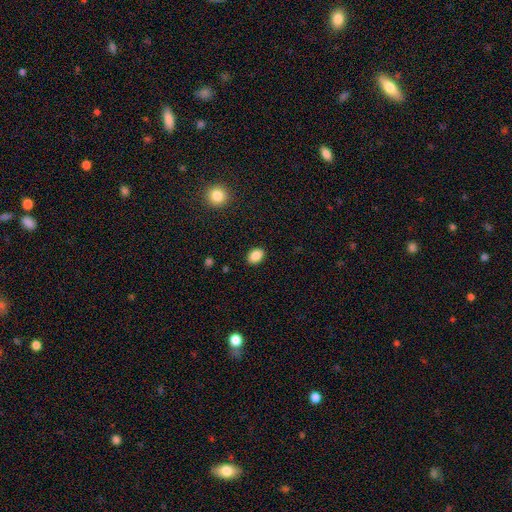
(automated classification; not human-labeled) Smooth or featured: smooth — 87% (star or artifact — 8%)
How rounded: in between — 80% (round — 19%)
Merging: none — 89% (minor disturbance — 8%)